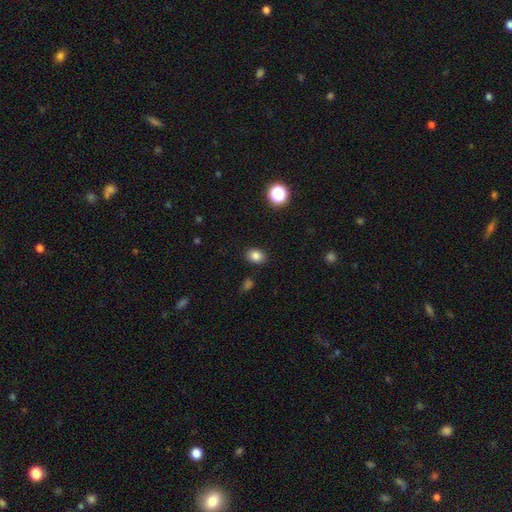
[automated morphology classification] A smooth galaxy with no disk features (84%) that is in between round and cigar-shaped (54%). Merging: none (87%).